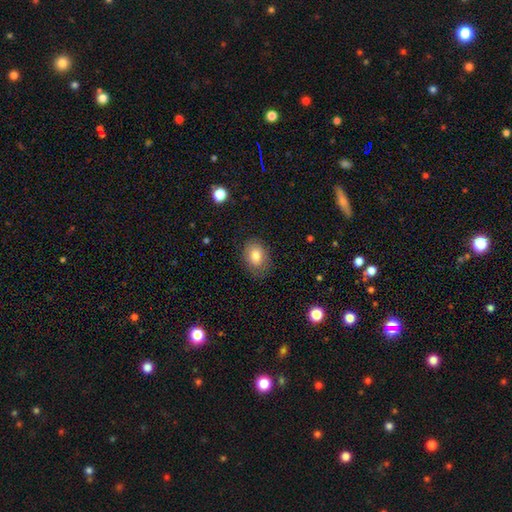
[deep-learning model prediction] smooth 79%, featured or disk 12%, star or artifact 9%. Down the decision tree: how rounded — in between (70%); merging — none (80%).